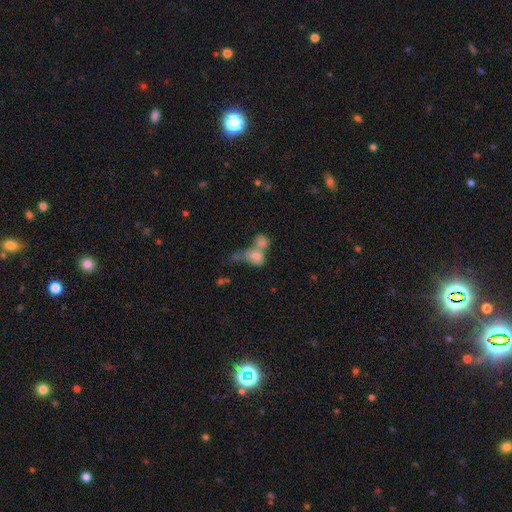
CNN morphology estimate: Smooth or featured? smooth (68%)
How rounded? in between (70%)
Merging? merger (67%)